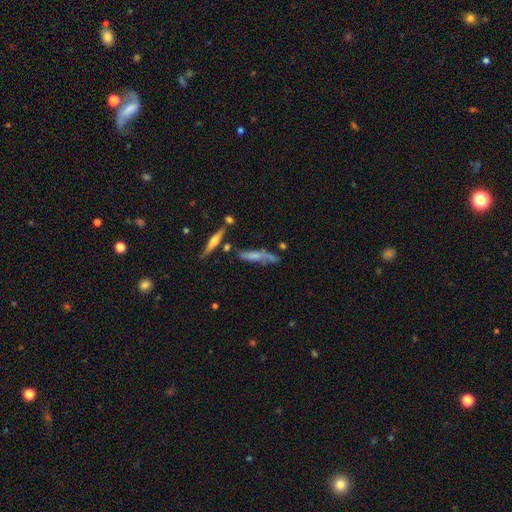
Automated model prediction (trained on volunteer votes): featured or disk 51%, smooth 40%, star or artifact 10%. Down the decision tree: edge-on disk — yes (71%); merging — none (51%).